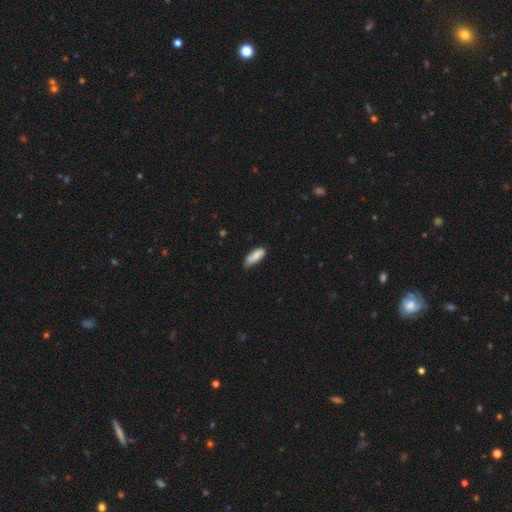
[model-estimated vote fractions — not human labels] Smooth or featured? smooth (81%)
How rounded? in between (66%)
Merging? none (65%)